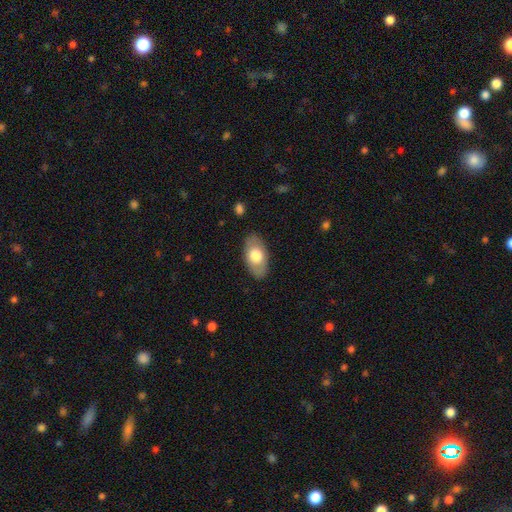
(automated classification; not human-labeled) This appears to be a smooth galaxy with no disk features (66%) that is in between round and cigar-shaped (93%). Merging: none (84%).